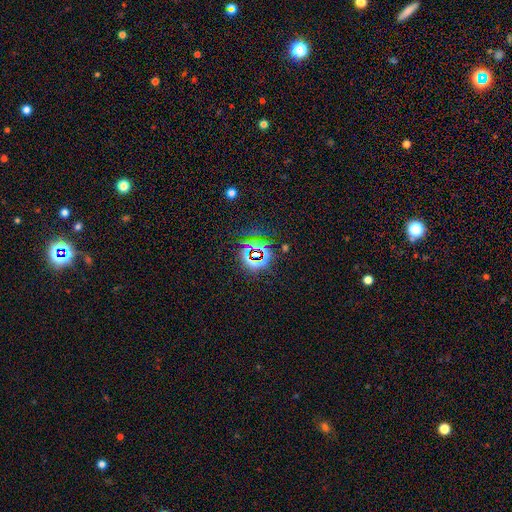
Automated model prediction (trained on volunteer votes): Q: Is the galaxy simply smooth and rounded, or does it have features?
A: star or artifact — 77%.